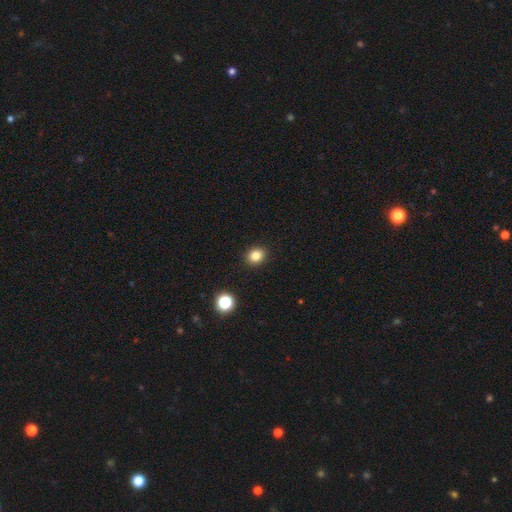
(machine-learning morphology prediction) This is clearly a smooth galaxy (82%). How rounded: likely round (68%). Merging: clearly none (91%).